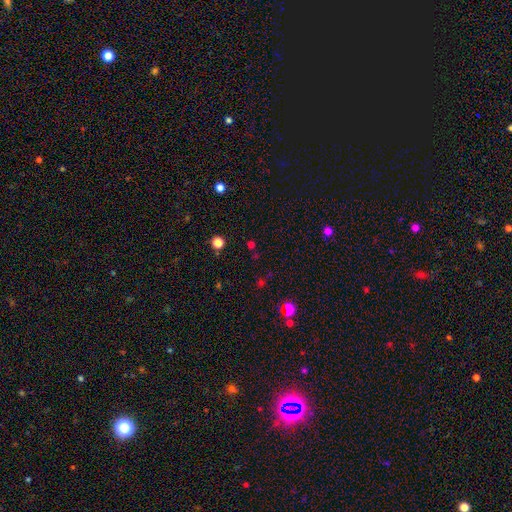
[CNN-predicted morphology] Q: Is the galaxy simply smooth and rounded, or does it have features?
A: star or artifact — 51%.